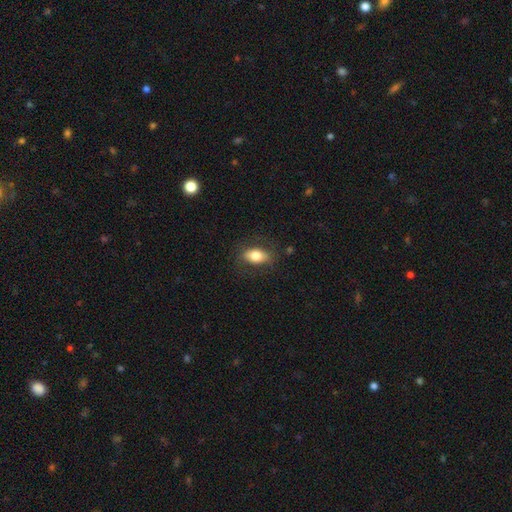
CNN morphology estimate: Smooth or featured: smooth — 75% (featured or disk — 17%)
How rounded: in between — 87% (round — 9%)
Merging: none — 78% (minor disturbance — 14%)